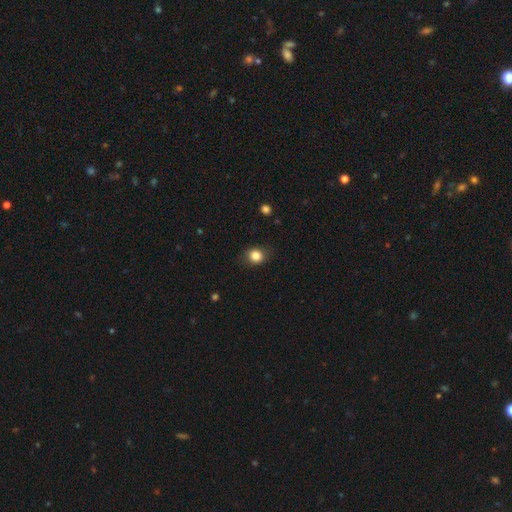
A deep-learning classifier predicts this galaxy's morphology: Smooth or featured?
  - smooth: 84% *
  - star or artifact: 10%
  - featured or disk: 5%
How rounded?
  - round: 75% *
  - in between: 24%
  - cigar-shaped: 1%
Merging?
  - none: 81% *
  - minor disturbance: 14%
  - major disturbance: 4%
  - merger: 1%